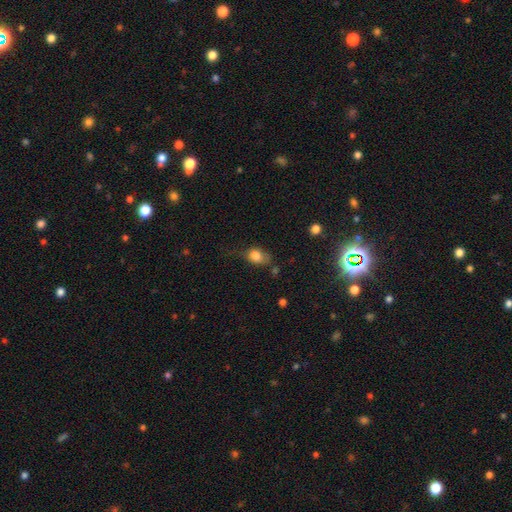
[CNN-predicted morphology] smooth_or_featured: smooth (p=0.79) [alt: featured or disk p=0.12]
how_rounded: in between (p=0.73) [alt: round p=0.24]
merging: none (p=0.46) [alt: minor disturbance p=0.34]